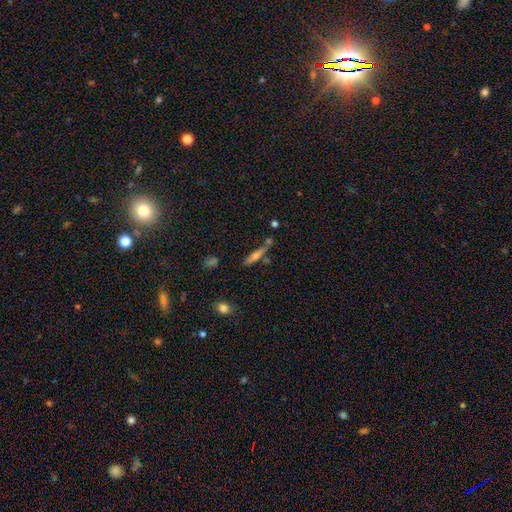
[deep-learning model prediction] A smooth galaxy with no disk features (56%) that is cigar-shaped (82%).

Vote fractions:
- Smooth or featured? smooth: 56% / featured or disk: 35% / star or artifact: 9%
- How rounded? cigar-shaped: 82% / in between: 16% / round: 2%
- Merging? none: 63% / minor disturbance: 17% / merger: 15% / major disturbance: 6%